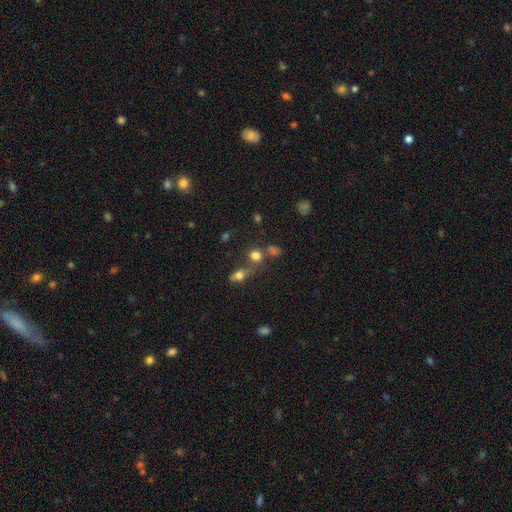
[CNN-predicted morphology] smooth-or-featured: smooth: 73% | star or artifact: 18% | featured or disk: 9%
  how-rounded: round: 70% | in between: 28% | cigar-shaped: 3%
  merging: none: 56% | merger: 27% | minor disturbance: 11% | major disturbance: 6%